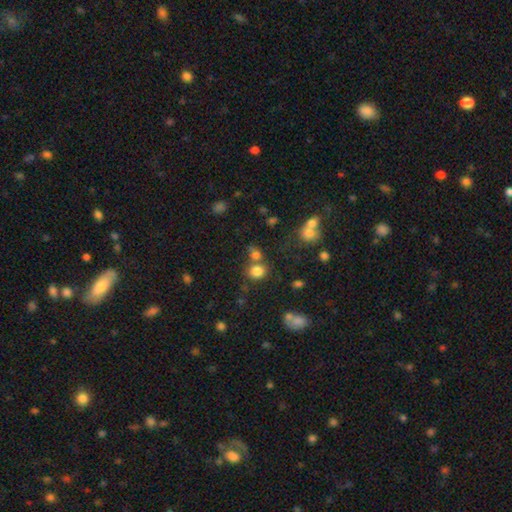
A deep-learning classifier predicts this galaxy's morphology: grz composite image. It shows a smooth galaxy with no disk features (73%) that is round (71%). Merging: none (59%).